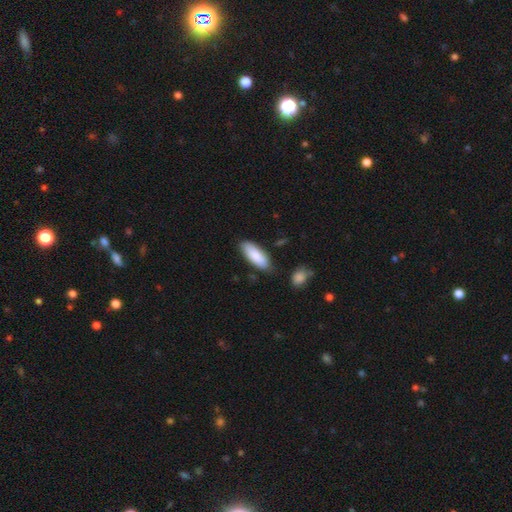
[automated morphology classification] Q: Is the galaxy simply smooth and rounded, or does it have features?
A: smooth — 86%.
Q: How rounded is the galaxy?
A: in between — 74%.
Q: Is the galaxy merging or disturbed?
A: none — 79%.